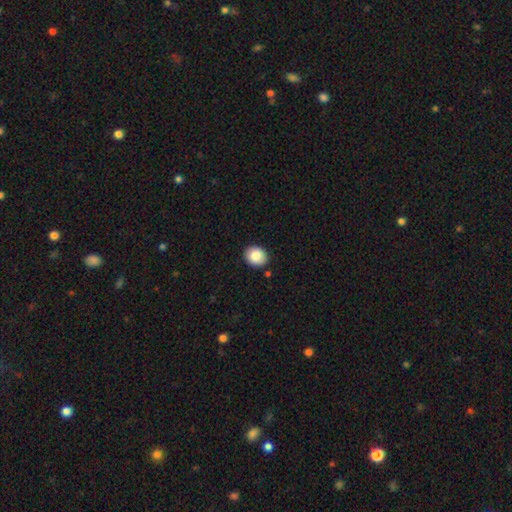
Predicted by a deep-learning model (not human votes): Smooth or featured: smooth — 86% (star or artifact — 8%)
How rounded: round — 59% (in between — 40%)
Merging: none — 89% (minor disturbance — 8%)